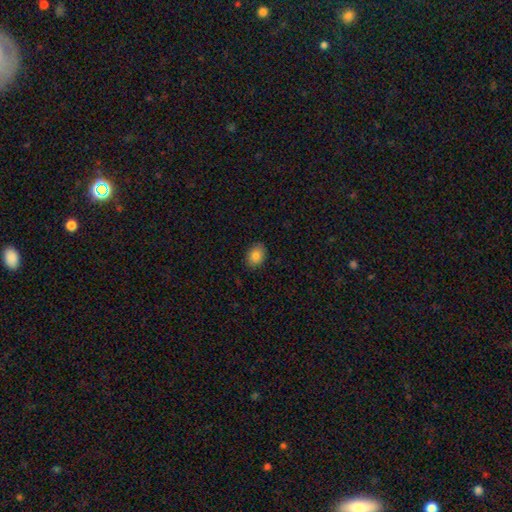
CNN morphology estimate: Smooth or featured?
  - smooth: 84% *
  - star or artifact: 9%
  - featured or disk: 7%
How rounded?
  - in between: 69% *
  - round: 30%
  - cigar-shaped: 1%
Merging?
  - none: 87% *
  - minor disturbance: 10%
  - major disturbance: 2%
  - merger: 1%